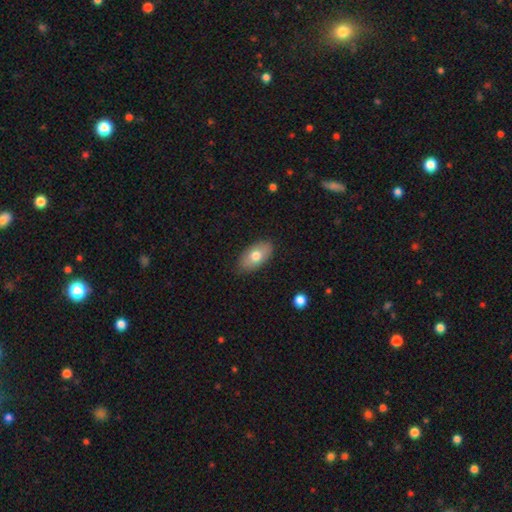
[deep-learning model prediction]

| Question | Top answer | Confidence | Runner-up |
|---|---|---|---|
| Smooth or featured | smooth | 72% | featured or disk (21%) |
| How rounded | in between | 93% | round (4%) |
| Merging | none | 83% | minor disturbance (13%) |